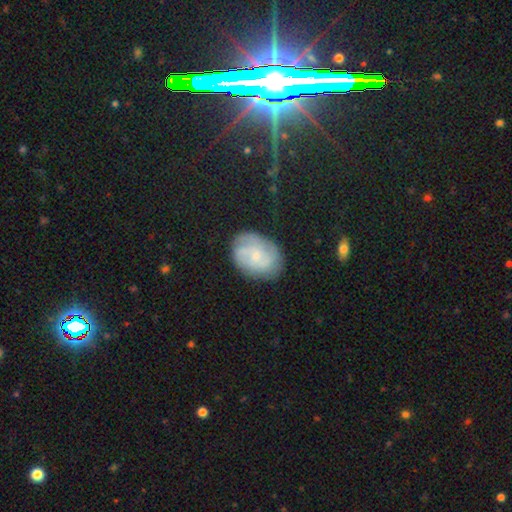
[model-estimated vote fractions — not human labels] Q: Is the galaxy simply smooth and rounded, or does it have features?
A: featured or disk — 59%.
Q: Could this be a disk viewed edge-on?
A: no — 97%.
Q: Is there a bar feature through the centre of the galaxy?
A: no — 71%.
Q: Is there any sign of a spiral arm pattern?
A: yes — 87%.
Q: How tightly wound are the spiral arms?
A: tight — 49%.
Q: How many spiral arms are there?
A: can't tell — 37%.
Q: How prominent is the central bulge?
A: small — 72%.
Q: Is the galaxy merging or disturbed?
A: none — 74%.